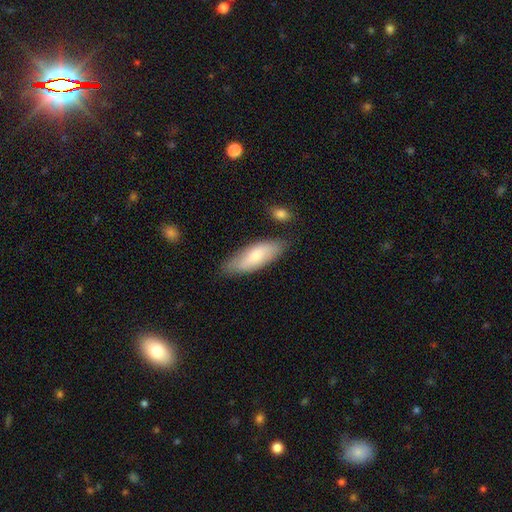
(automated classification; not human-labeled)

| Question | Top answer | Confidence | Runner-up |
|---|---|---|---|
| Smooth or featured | smooth | 71% | featured or disk (23%) |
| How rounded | in between | 69% | cigar-shaped (29%) |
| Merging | none | 73% | minor disturbance (19%) |